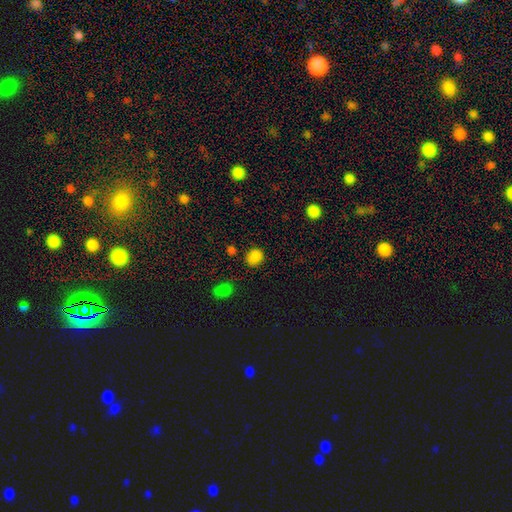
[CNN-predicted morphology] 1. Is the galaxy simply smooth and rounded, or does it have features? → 81% smooth, 15% star or artifact, 4% featured or disk.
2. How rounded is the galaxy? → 71% round, 28% in between, 1% cigar-shaped.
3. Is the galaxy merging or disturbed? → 75% none, 17% minor disturbance, 4% major disturbance, 4% merger.